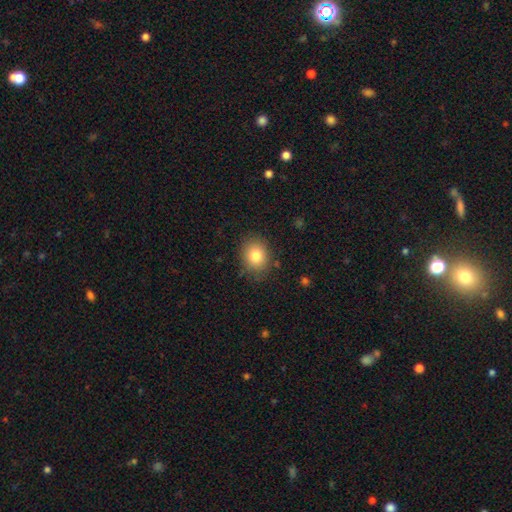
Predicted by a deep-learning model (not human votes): smooth_or_featured: smooth (p=0.82) [alt: star or artifact p=0.10]
how_rounded: round (p=0.57) [alt: in between p=0.42]
merging: none (p=0.84) [alt: minor disturbance p=0.12]